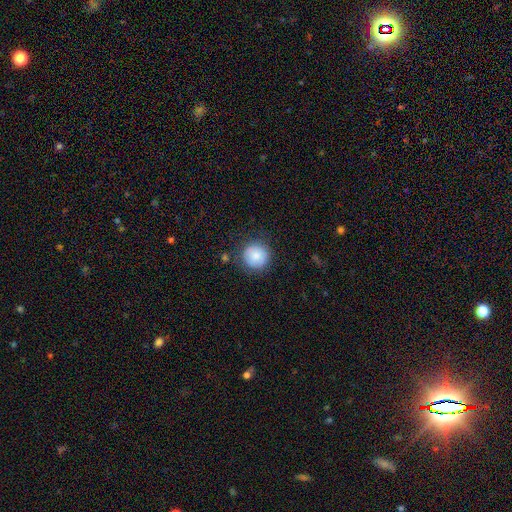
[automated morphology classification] type=smooth (84%); roundness=round (94%); merging=none (83%).